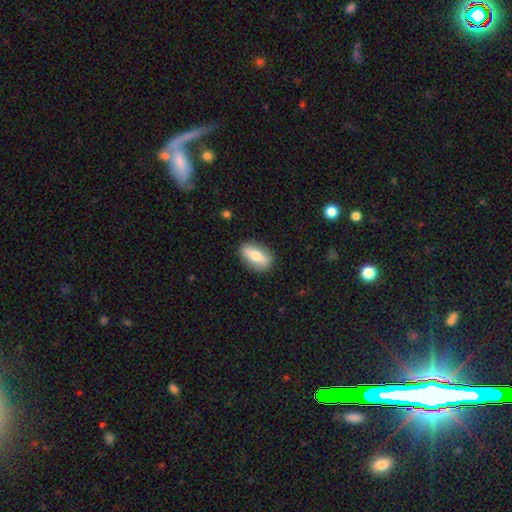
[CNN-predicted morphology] type=smooth (59%); roundness=in between (80%); merging=none (86%).